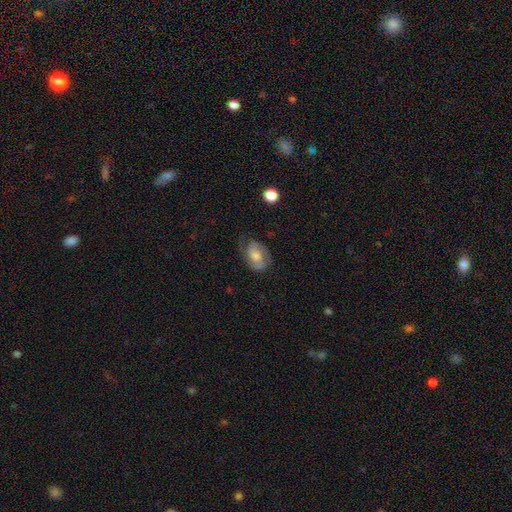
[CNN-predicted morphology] Smooth or featured? featured or disk (62%)
Edge-on disk? no (96%)
Bar? no (56%)
Spiral arms? yes (89%)
Spiral winding? medium (44%)
Spiral arm count? 2 (78%)
Bulge size? moderate (56%)
Merging? none (68%)